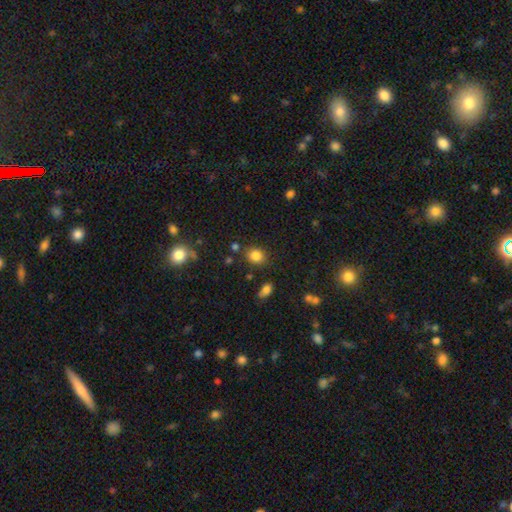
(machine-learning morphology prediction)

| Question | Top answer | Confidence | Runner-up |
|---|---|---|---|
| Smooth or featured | smooth | 83% | star or artifact (12%) |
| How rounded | round | 63% | in between (36%) |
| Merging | none | 81% | minor disturbance (11%) |